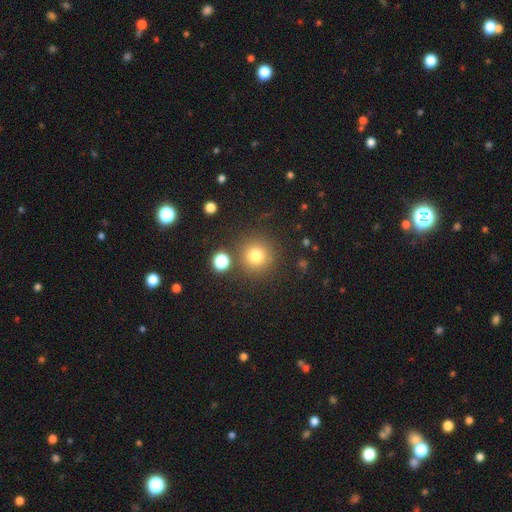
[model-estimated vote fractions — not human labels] smooth 77%, star or artifact 15%, featured or disk 8%. Down the decision tree: how rounded — round (94%); merging — none (83%).